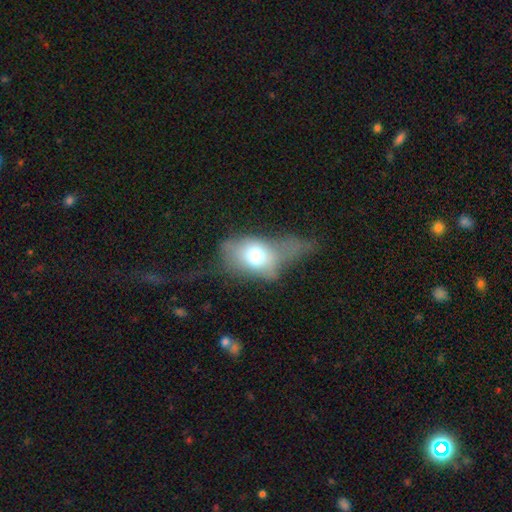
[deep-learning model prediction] The model was most divided on "merging": major disturbance: 45%, none: 25%, minor disturbance: 24%, merger: 6%. More confident: how rounded — in between (74%); smooth or featured — smooth (65%).